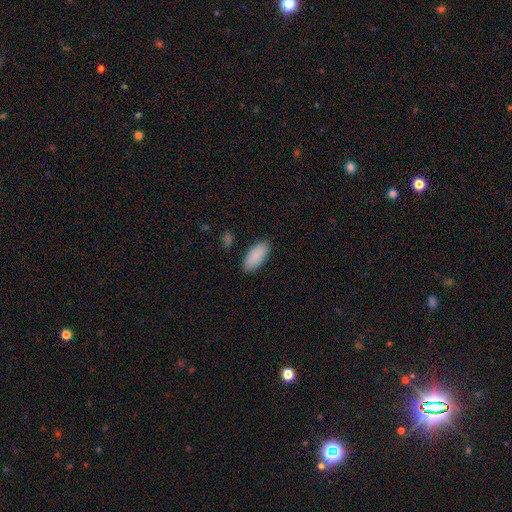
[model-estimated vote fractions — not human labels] Q: Smooth or featured?
A: smooth (90%); runner-up: star or artifact (6%)
Q: How rounded?
A: in between (89%); runner-up: cigar-shaped (9%)
Q: Merging?
A: none (87%); runner-up: minor disturbance (9%)